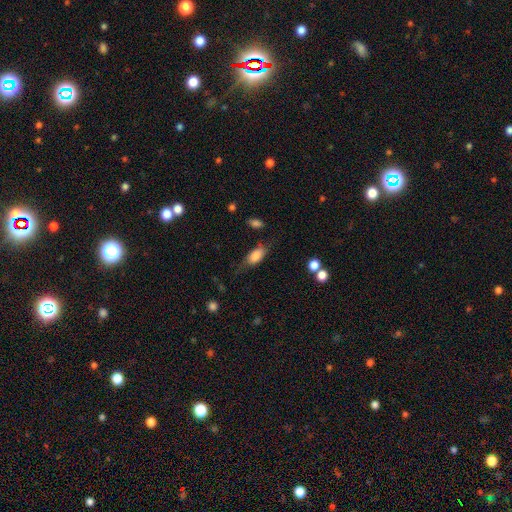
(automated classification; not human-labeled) A smooth galaxy with no disk features (80%) that is in between round and cigar-shaped (87%). Merging: none (55%).